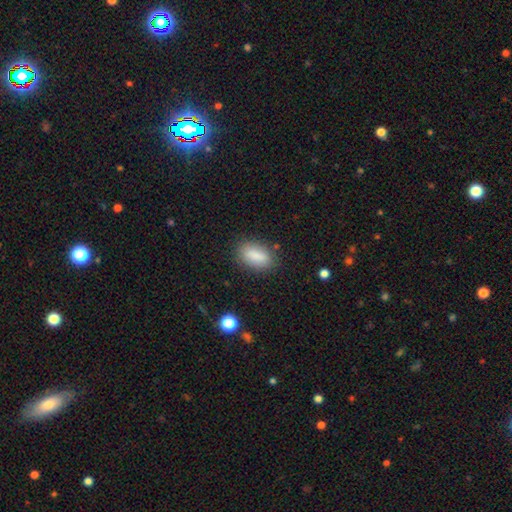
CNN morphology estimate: Smooth or featured? smooth (85%)
How rounded? in between (88%)
Merging? none (82%)